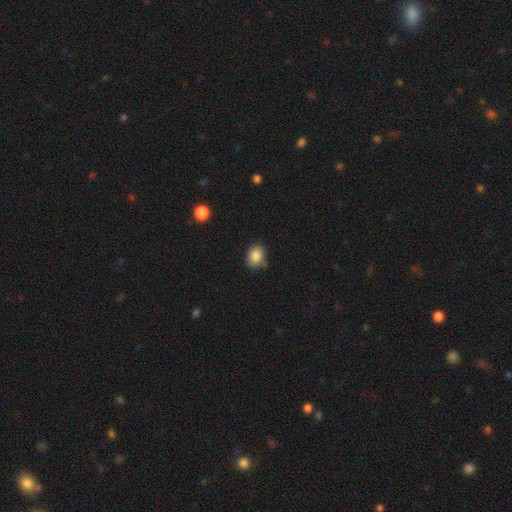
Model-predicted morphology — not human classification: The model was most divided on "how rounded": in between: 62%, round: 37%, cigar-shaped: 1%. More confident: smooth or featured — smooth (86%); merging — none (79%).